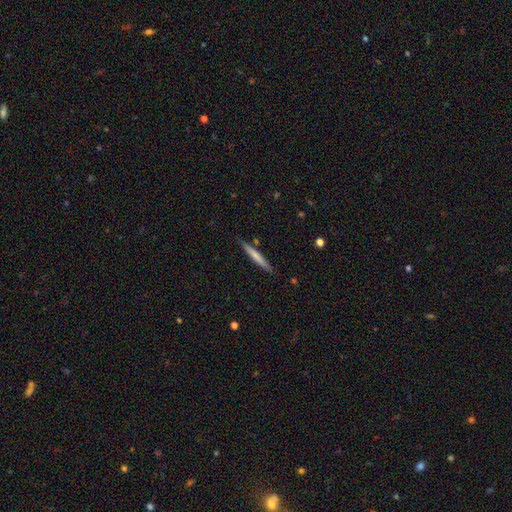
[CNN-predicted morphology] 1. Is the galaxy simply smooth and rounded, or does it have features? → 63% smooth, 32% featured or disk, 5% star or artifact.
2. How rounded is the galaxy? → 96% cigar-shaped, 3% in between, 1% round.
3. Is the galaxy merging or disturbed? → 86% none, 10% minor disturbance, 2% merger, 2% major disturbance.